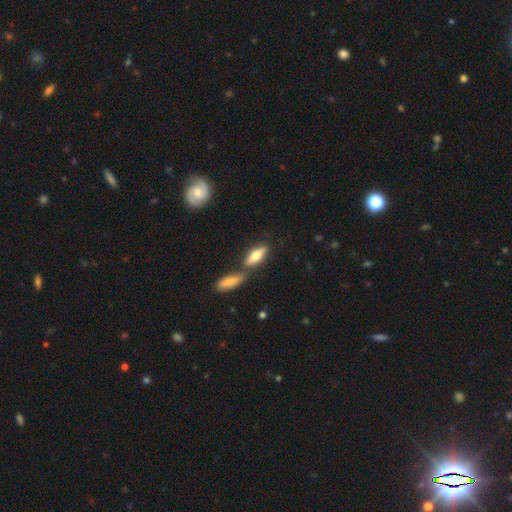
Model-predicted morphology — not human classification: smooth_or_featured: smooth (p=0.67) [alt: featured or disk p=0.27]
how_rounded: in between (p=0.62) [alt: cigar-shaped p=0.35]
merging: none (p=0.58) [alt: merger p=0.28]